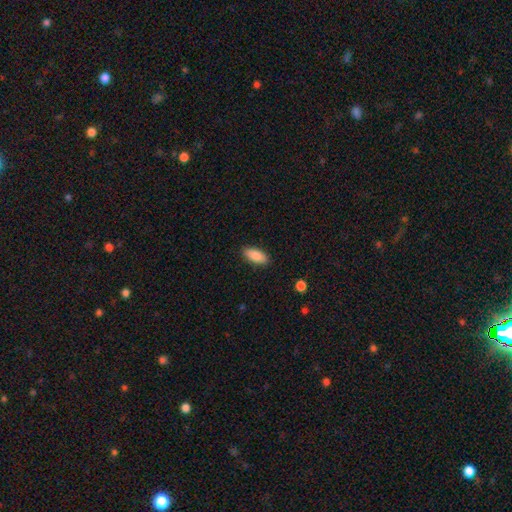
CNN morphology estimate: A smooth galaxy with no disk features (87%) that is in between round and cigar-shaped (85%). Merging: none (88%).